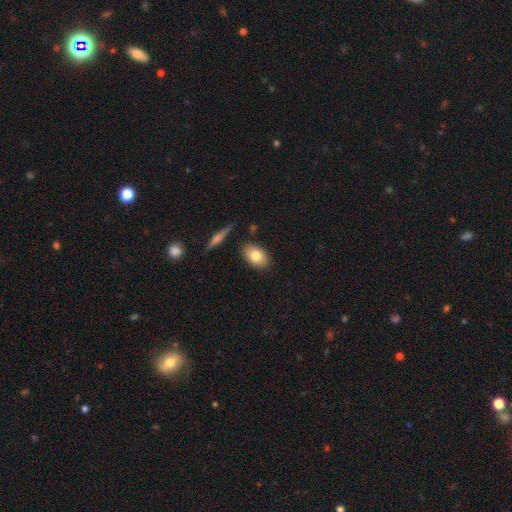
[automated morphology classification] The model was most divided on "smooth or featured": smooth: 79%, featured or disk: 14%, star or artifact: 7%. More confident: how rounded — in between (87%); merging — none (83%).